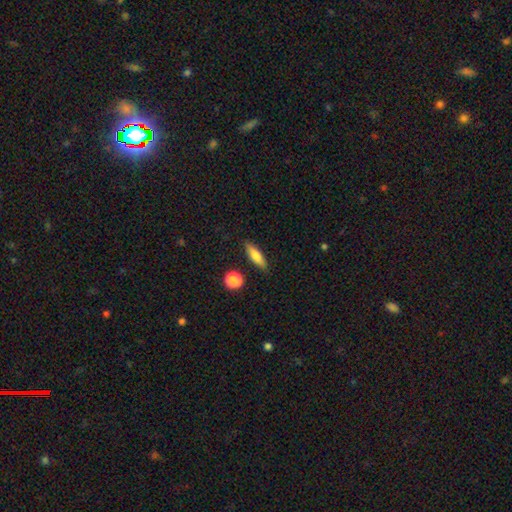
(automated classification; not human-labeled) smooth_or_featured: smooth (p=0.73) [alt: featured or disk p=0.20]
how_rounded: cigar-shaped (p=0.55) [alt: in between p=0.40]
merging: none (p=0.85) [alt: minor disturbance p=0.10]